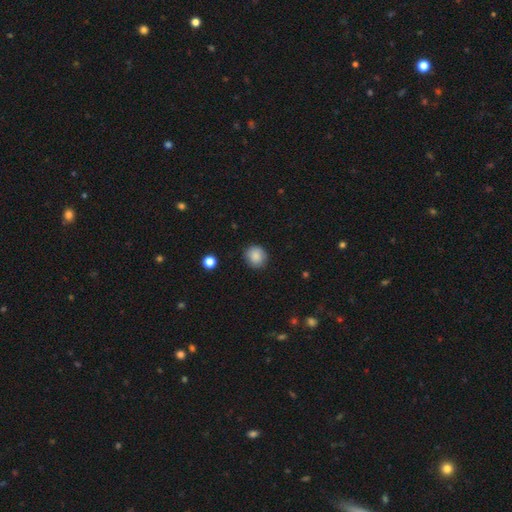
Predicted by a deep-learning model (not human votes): The model was most divided on "merging": none: 87%, minor disturbance: 10%, major disturbance: 2%, merger: 1%. More confident: how rounded — round (88%); smooth or featured — smooth (87%).